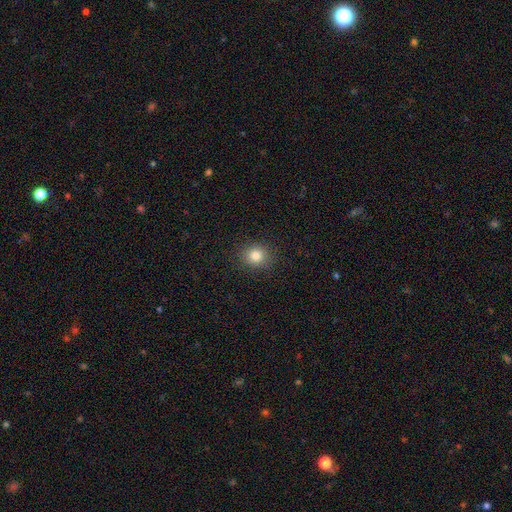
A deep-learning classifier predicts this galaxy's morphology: smooth_or_featured: smooth (p=0.82) [alt: star or artifact p=0.12]
how_rounded: round (p=0.81) [alt: in between p=0.18]
merging: none (p=0.90) [alt: minor disturbance p=0.07]